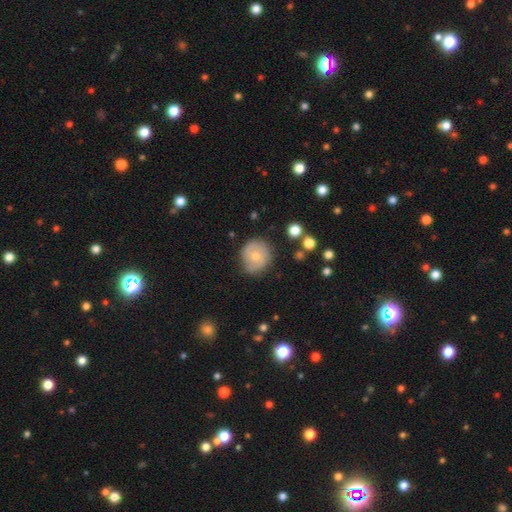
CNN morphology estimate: Smooth or featured: smooth — 53% (featured or disk — 40%)
How rounded: round — 85% (in between — 14%)
Merging: none — 77% (minor disturbance — 17%)